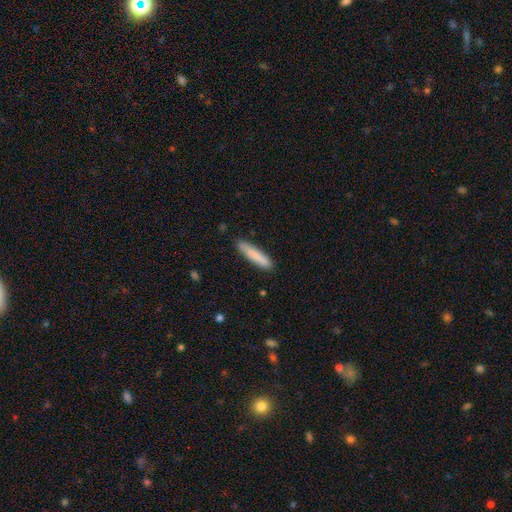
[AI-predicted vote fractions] smooth 84%, featured or disk 10%, star or artifact 6%. Down the decision tree: how rounded — cigar-shaped (90%); merging — none (87%).